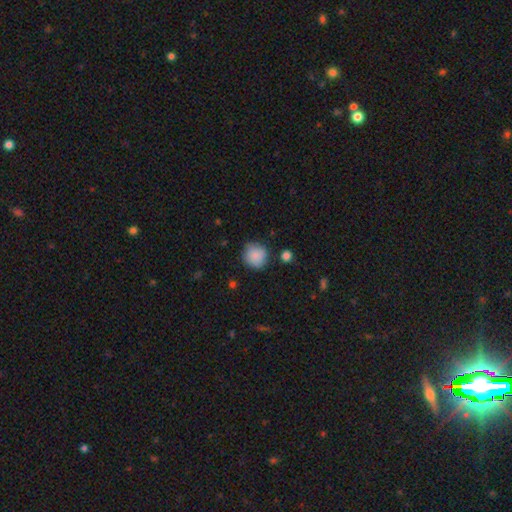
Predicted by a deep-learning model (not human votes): smooth-or-featured: smooth: 86% | star or artifact: 8% | featured or disk: 6%
  how-rounded: round: 91% | in between: 8% | cigar-shaped: 1%
  merging: none: 79% | minor disturbance: 15% | major disturbance: 3% | merger: 3%